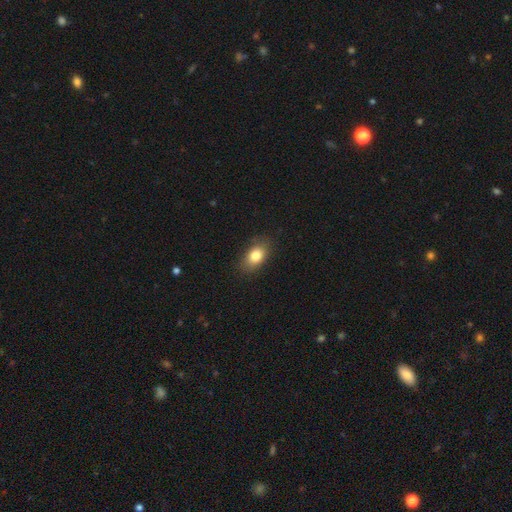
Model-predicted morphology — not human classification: A smooth galaxy with no disk features (82%) that is in between round and cigar-shaped (84%).

Vote fractions:
- Smooth or featured? smooth: 82% / featured or disk: 10% / star or artifact: 9%
- How rounded? in between: 84% / round: 13% / cigar-shaped: 2%
- Merging? none: 83% / minor disturbance: 13% / major disturbance: 3% / merger: 1%